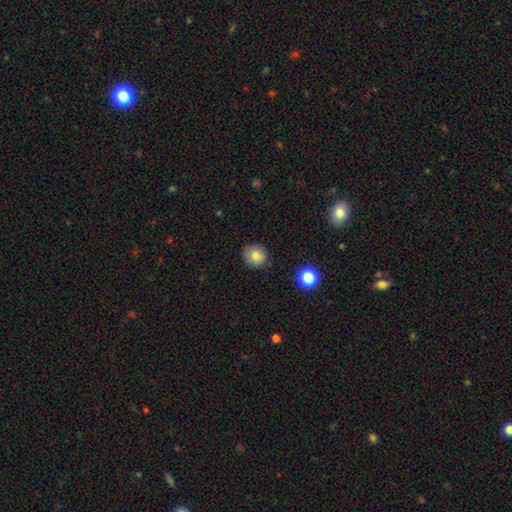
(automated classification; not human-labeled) A smooth galaxy with no disk features (81%) that is round (90%).

Vote fractions:
- Smooth or featured? smooth: 81% / star or artifact: 10% / featured or disk: 8%
- How rounded? round: 90% / in between: 9% / cigar-shaped: 1%
- Merging? none: 84% / minor disturbance: 12% / major disturbance: 3% / merger: 2%